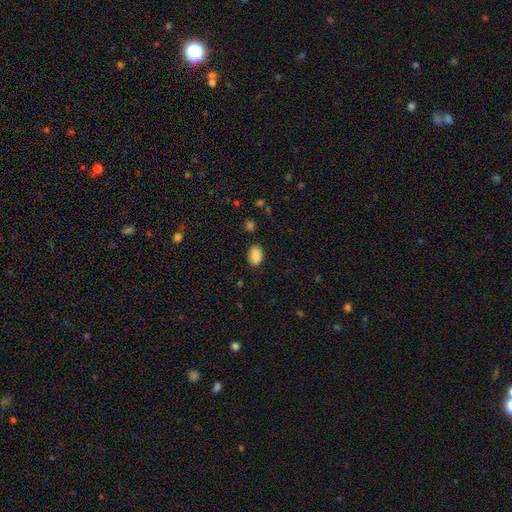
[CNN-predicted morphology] type=smooth (89%); roundness=in between (87%); merging=none (83%).